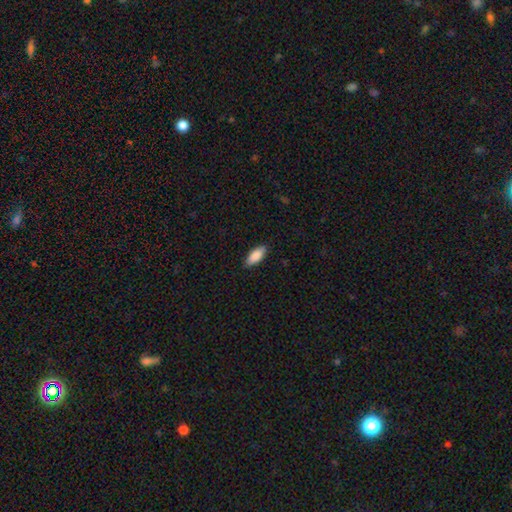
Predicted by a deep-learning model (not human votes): A smooth galaxy with no disk features (86%) that is in between round and cigar-shaped (81%).

Vote fractions:
- Smooth or featured? smooth: 86% / featured or disk: 8% / star or artifact: 6%
- How rounded? in between: 81% / cigar-shaped: 17% / round: 2%
- Merging? none: 87% / minor disturbance: 10% / major disturbance: 2% / merger: 1%